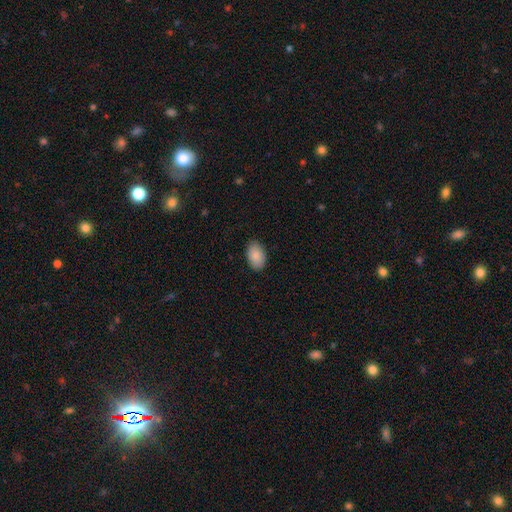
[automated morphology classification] A smooth galaxy with no disk features (88%) that is in between round and cigar-shaped (90%). Merging: none (88%).